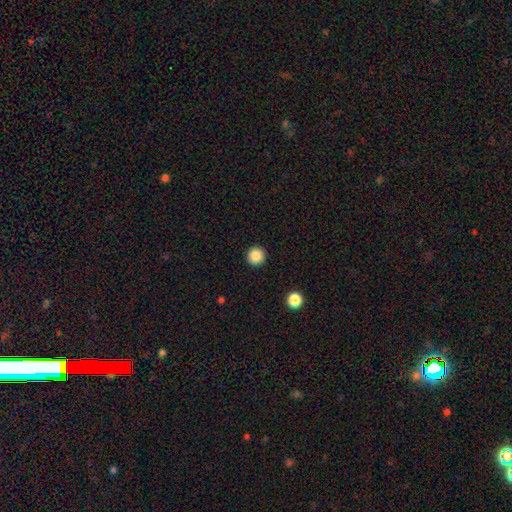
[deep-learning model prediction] Smooth or featured? smooth (86%)
How rounded? round (96%)
Merging? none (93%)